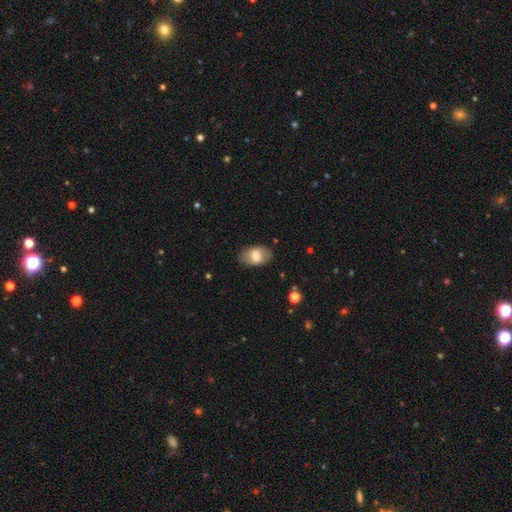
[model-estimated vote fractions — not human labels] A smooth galaxy with no disk features (72%) that is in between round and cigar-shaped (90%). Merging: none (82%).